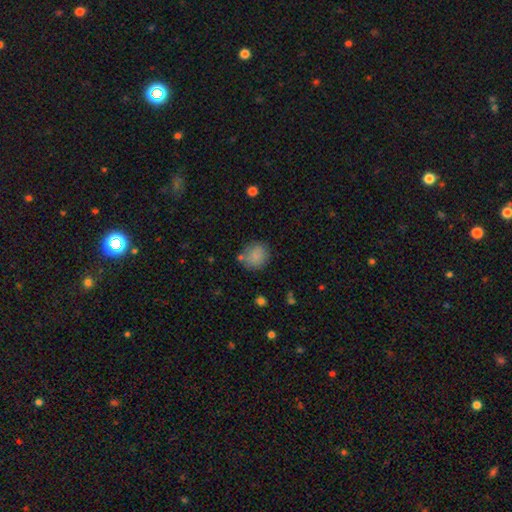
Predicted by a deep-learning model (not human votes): Morphology: type=smooth (83%); roundness=round (82%); merging=none (72%).